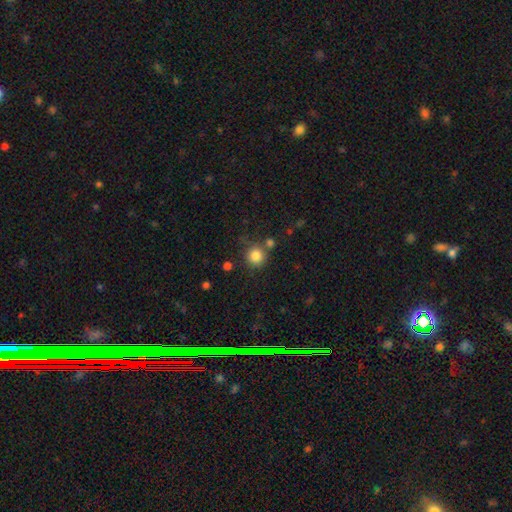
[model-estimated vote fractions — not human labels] Smooth or featured? Predicted: smooth (p=0.83). How rounded? Predicted: round (p=0.92). Merging? Predicted: none (p=0.73).